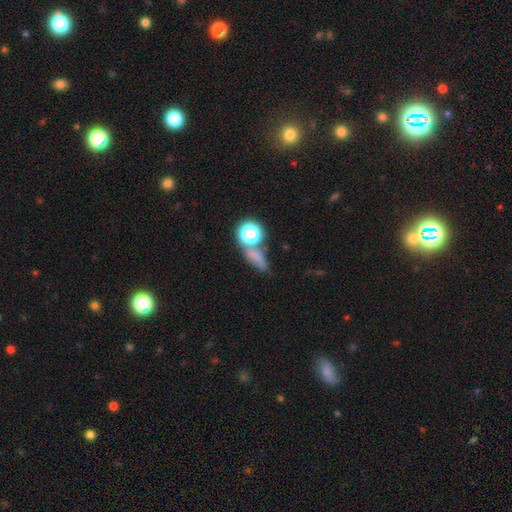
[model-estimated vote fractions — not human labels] The model was most divided on "how rounded": in between: 41%, round: 39%, cigar-shaped: 20%. More confident: smooth or featured — smooth (62%); merging — none (51%).